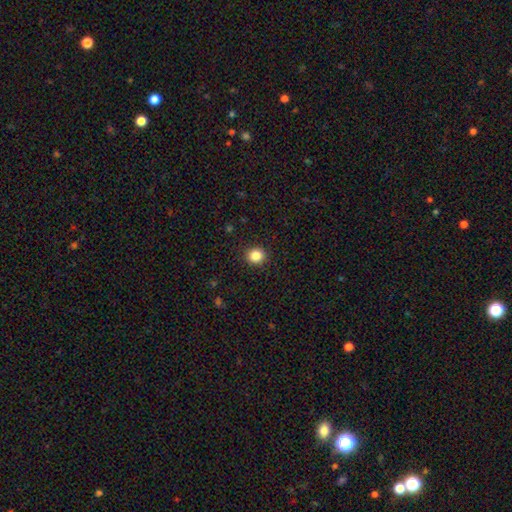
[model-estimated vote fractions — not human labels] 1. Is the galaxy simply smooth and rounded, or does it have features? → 86% smooth, 11% star or artifact, 3% featured or disk.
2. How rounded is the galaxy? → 86% round, 13% in between, 1% cigar-shaped.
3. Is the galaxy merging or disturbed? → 91% none, 6% minor disturbance, 2% major disturbance, 1% merger.